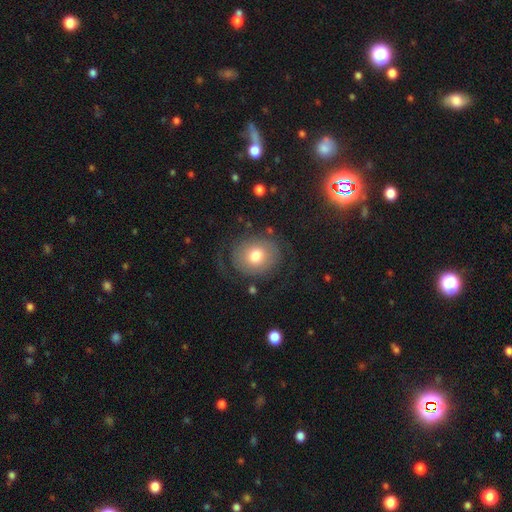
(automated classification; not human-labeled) Smooth or featured?
  - smooth: 54% *
  - featured or disk: 37%
  - star or artifact: 9%
How rounded?
  - round: 68% *
  - in between: 31%
  - cigar-shaped: 1%
Merging?
  - none: 70% *
  - major disturbance: 14%
  - minor disturbance: 14%
  - merger: 2%